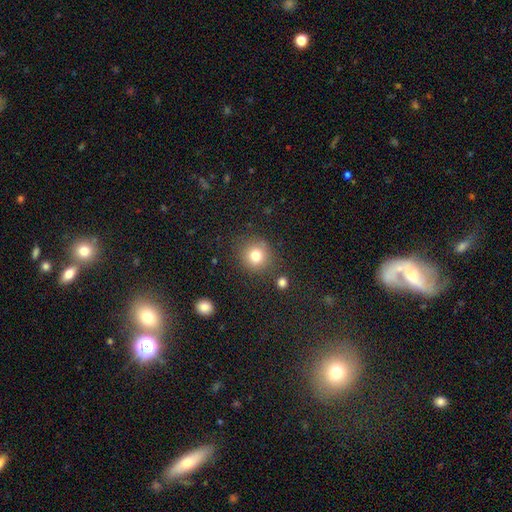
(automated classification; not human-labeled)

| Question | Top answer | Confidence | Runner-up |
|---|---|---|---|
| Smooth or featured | smooth | 79% | star or artifact (12%) |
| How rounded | round | 90% | in between (9%) |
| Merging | none | 84% | minor disturbance (9%) |